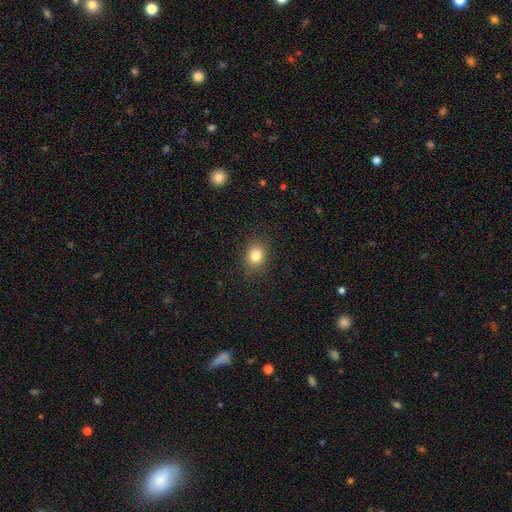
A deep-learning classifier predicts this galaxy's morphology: The model was most divided on "how rounded": round: 63%, in between: 36%, cigar-shaped: 1%. More confident: merging — none (88%); smooth or featured — smooth (81%).